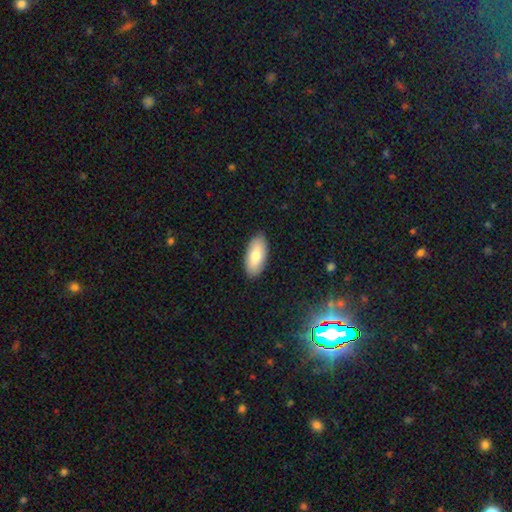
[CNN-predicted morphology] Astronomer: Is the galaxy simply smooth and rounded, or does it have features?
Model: smooth — 77%.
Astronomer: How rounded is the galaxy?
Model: in between — 91%.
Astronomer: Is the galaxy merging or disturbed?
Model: none — 88%.